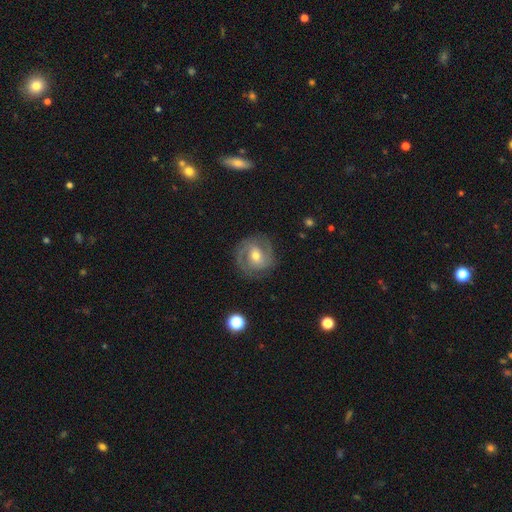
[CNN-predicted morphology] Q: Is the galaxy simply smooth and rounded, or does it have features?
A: featured or disk — 79%.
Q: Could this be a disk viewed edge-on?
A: no — 97%.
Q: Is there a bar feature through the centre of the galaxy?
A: weak — 46%.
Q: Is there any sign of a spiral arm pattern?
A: yes — 92%.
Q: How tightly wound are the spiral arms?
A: tight — 47%.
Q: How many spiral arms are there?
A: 2 — 74%.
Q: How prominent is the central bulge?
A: moderate — 65%.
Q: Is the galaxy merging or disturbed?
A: none — 81%.